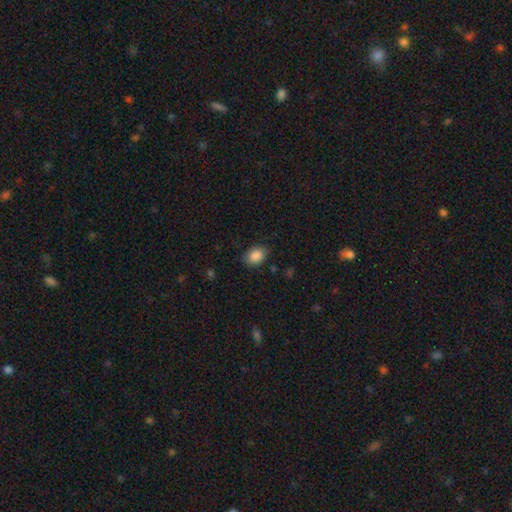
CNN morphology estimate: Q: Smooth or featured?
A: smooth (88%); runner-up: star or artifact (8%)
Q: How rounded?
A: in between (67%); runner-up: round (32%)
Q: Merging?
A: none (77%); runner-up: minor disturbance (18%)